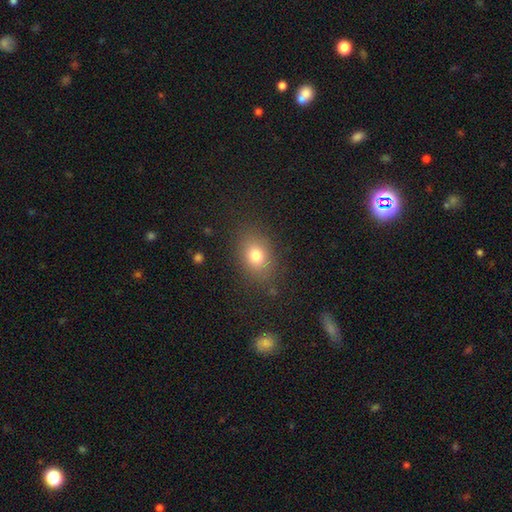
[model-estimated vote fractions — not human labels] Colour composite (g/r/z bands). It shows a smooth galaxy with no disk features (78%) that is in between round and cigar-shaped (67%). Merging: none (83%).